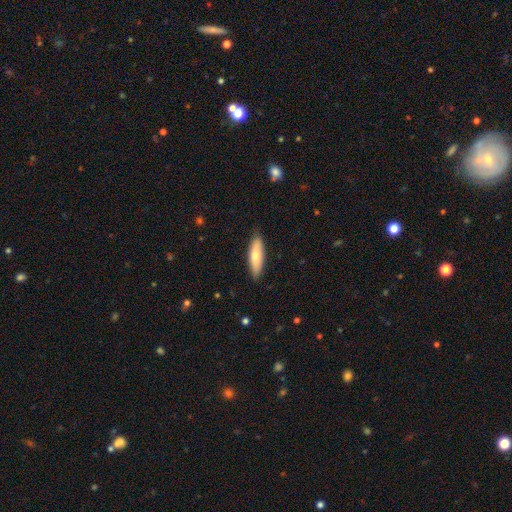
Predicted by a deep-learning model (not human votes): Smooth or featured? Predicted: smooth (p=0.71). How rounded? Predicted: cigar-shaped (p=0.53). Merging? Predicted: none (p=0.87).